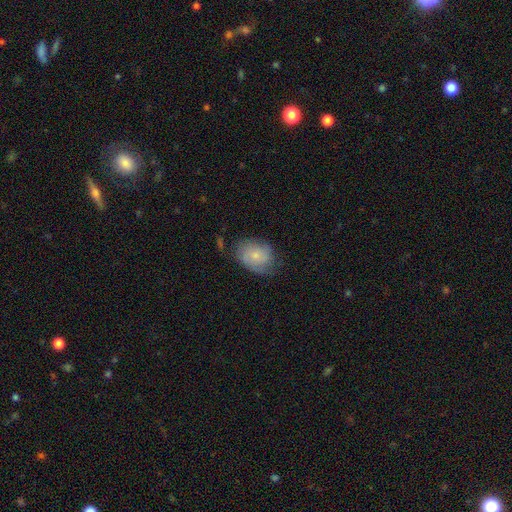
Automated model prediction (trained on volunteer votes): A smooth galaxy with no disk features (63%) that is in between round and cigar-shaped (66%).

Vote fractions:
- Smooth or featured? smooth: 63% / featured or disk: 30% / star or artifact: 7%
- How rounded? in between: 66% / round: 33% / cigar-shaped: 1%
- Merging? none: 62% / minor disturbance: 28% / major disturbance: 8% / merger: 2%